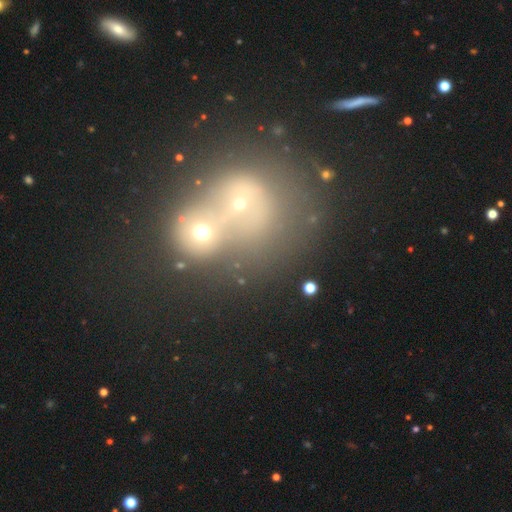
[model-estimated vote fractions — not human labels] Overall: smooth (38%; featured or disk 35%). Merging: merger (76%).